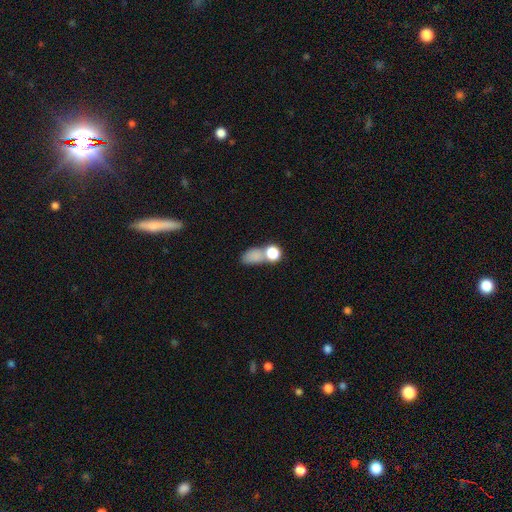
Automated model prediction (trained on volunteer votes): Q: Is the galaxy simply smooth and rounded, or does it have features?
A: smooth — 77%.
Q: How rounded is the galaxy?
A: in between — 68%.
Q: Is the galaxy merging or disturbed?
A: none — 40%.